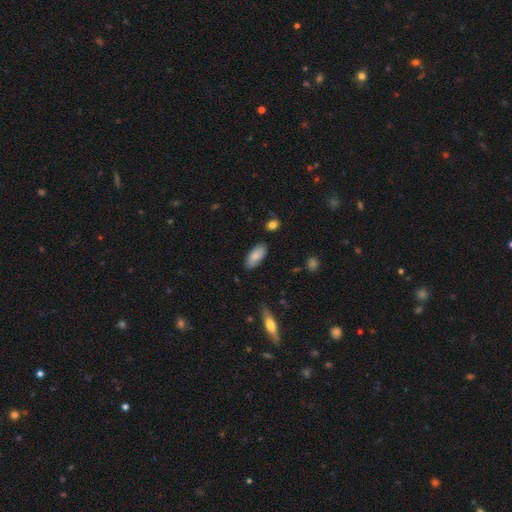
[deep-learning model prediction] Smooth or featured? Predicted: smooth (p=0.85). How rounded? Predicted: in between (p=0.89). Merging? Predicted: none (p=0.83).